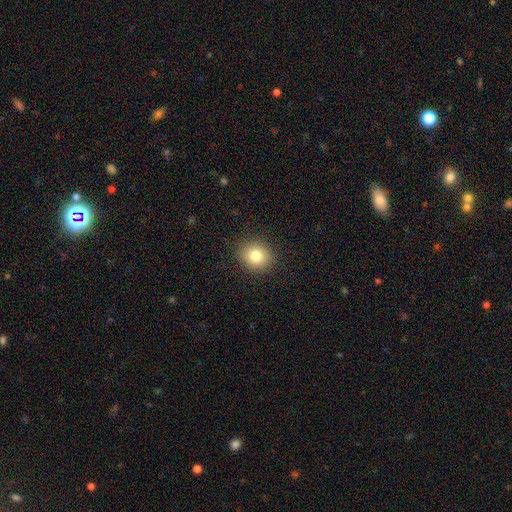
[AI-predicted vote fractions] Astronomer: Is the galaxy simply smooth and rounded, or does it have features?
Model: smooth — 80%.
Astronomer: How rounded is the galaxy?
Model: round — 75%.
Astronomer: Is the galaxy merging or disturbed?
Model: none — 90%.